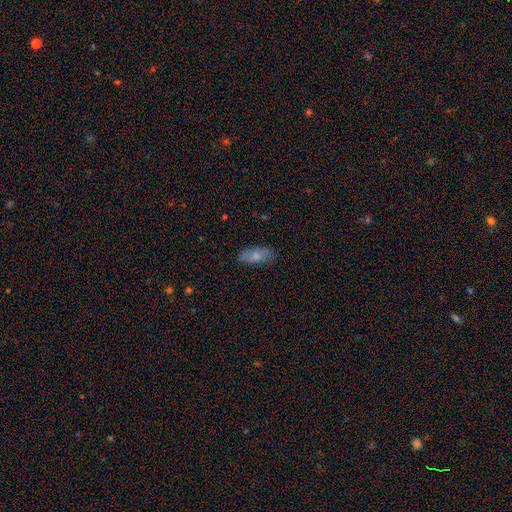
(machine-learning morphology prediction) smooth_or_featured: smooth (p=0.78) [alt: featured or disk p=0.15]
how_rounded: in between (p=0.86) [alt: cigar-shaped p=0.11]
merging: none (p=0.75) [alt: minor disturbance p=0.19]